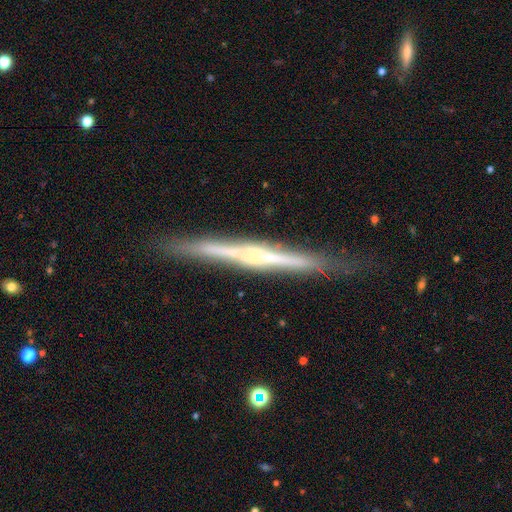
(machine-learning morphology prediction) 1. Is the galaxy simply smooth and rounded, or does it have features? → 78% featured or disk, 17% smooth, 6% star or artifact.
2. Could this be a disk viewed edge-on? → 98% yes, 2% no.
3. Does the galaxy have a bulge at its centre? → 46% rounded, 36% none, 18% boxy.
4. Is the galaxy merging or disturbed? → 85% none, 11% minor disturbance, 2% major disturbance, 2% merger.